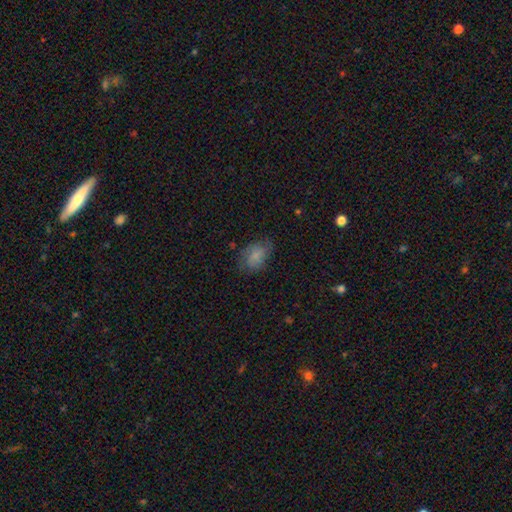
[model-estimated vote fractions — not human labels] smooth 73%, featured or disk 18%, star or artifact 9%. Down the decision tree: how rounded — in between (79%); merging — none (61%).